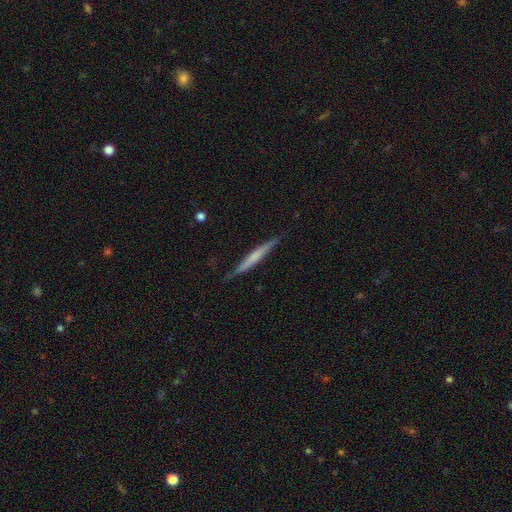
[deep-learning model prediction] smooth_or_featured: featured or disk (p=0.48) [alt: smooth p=0.47]
merging: none (p=0.85) [alt: minor disturbance p=0.12]